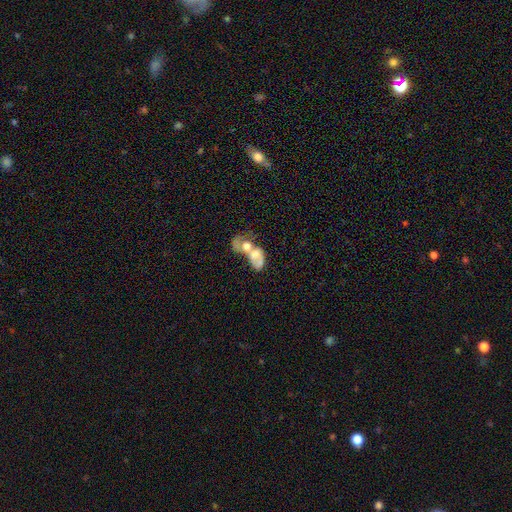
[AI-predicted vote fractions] smooth-or-featured: featured or disk: 48% | smooth: 42% | star or artifact: 10%
  merging: merger: 80% | major disturbance: 10% | none: 6% | minor disturbance: 4%